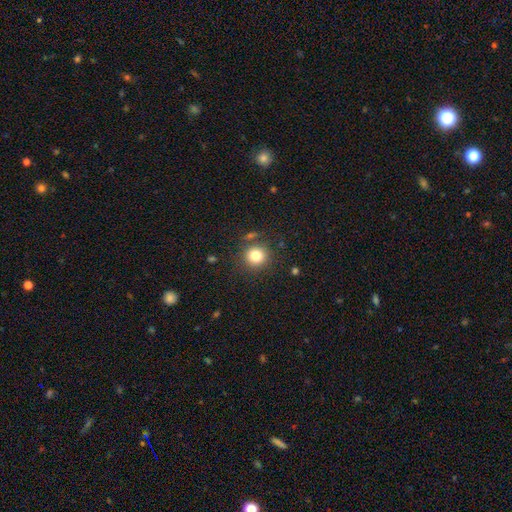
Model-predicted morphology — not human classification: A smooth galaxy with no disk features (81%) that is round (92%). Merging: none (83%).